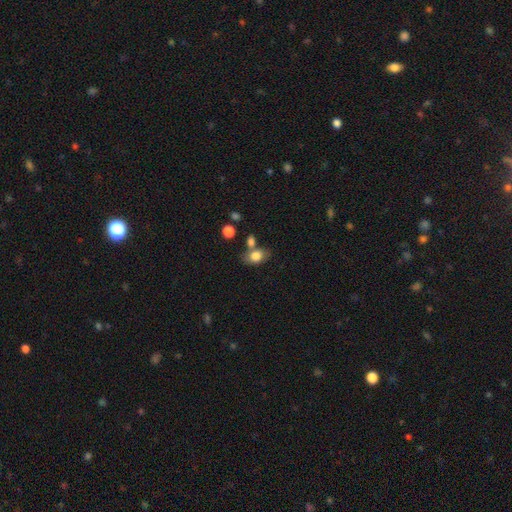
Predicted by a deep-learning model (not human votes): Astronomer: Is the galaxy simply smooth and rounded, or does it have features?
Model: smooth — 80%.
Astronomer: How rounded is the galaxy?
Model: in between — 79%.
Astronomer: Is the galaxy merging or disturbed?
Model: none — 57%.